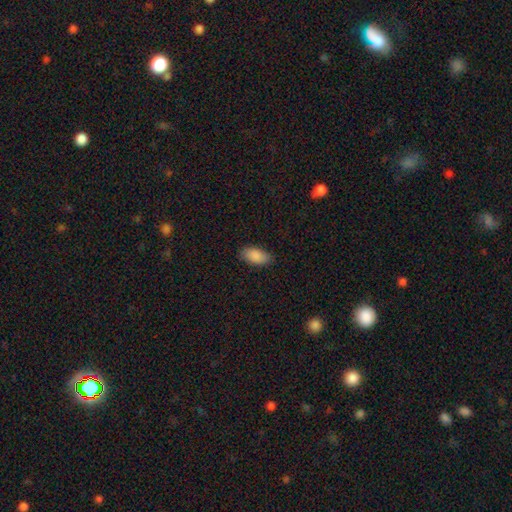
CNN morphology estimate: Smooth or featured: smooth — 89% (star or artifact — 6%)
How rounded: in between — 93% (cigar-shaped — 4%)
Merging: none — 85% (minor disturbance — 12%)